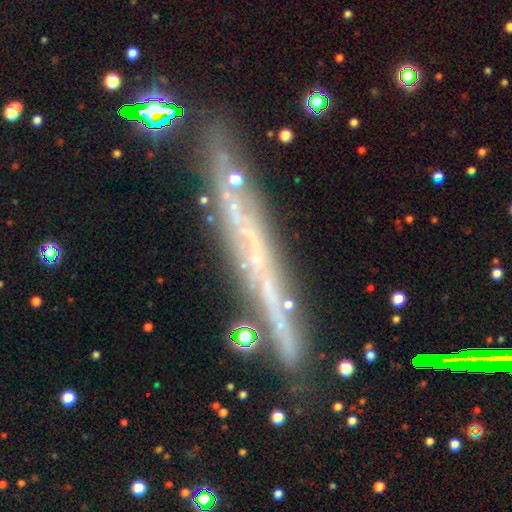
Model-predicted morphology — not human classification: smooth_or_featured: featured or disk (p=0.60) [alt: smooth p=0.24]
disk_edge_on: yes (p=0.91) [alt: no p=0.09]
edge_on_bulge: none (p=0.85) [alt: rounded p=0.10]
merging: none (p=0.82) [alt: minor disturbance p=0.13]